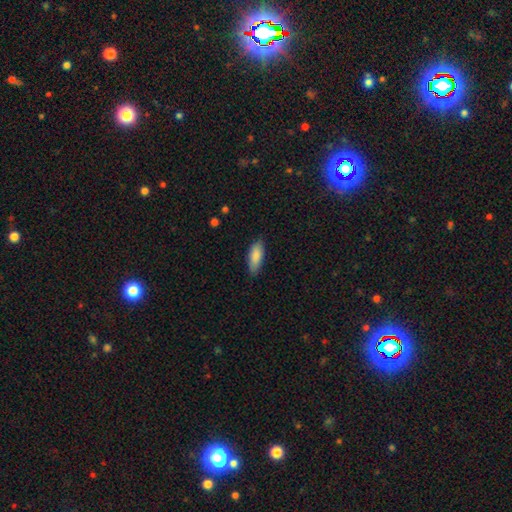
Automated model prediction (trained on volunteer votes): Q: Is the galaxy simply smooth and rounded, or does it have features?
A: smooth — 87%.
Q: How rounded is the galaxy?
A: in between — 73%.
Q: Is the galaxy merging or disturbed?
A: none — 81%.